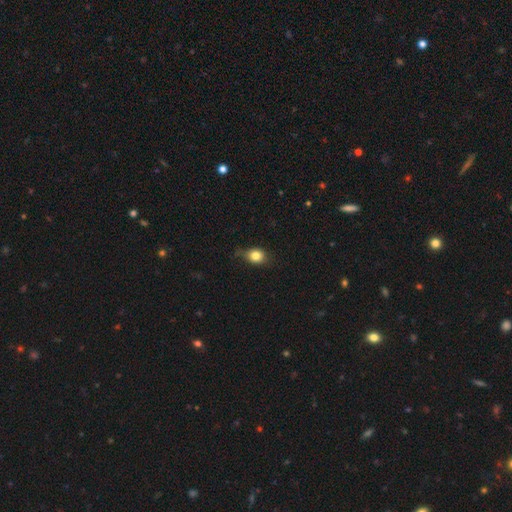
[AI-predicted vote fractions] smooth_or_featured: smooth (p=0.82) [alt: star or artifact p=0.10]
how_rounded: round (p=0.52) [alt: in between p=0.47]
merging: none (p=0.64) [alt: minor disturbance p=0.28]